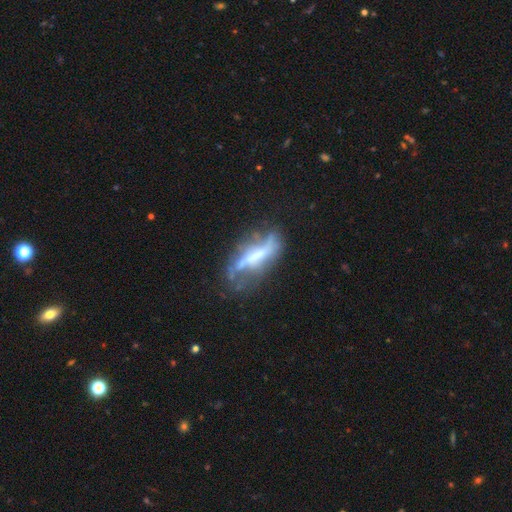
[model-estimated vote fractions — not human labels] A featured or disk galaxy (67%). Merging: none (45%).